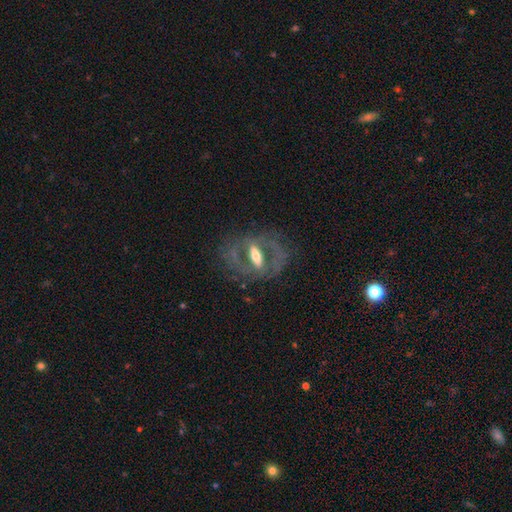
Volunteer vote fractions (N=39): A featured or disk galaxy (74%) with a strong bar (70%), 2 (77%) medium (46%) spiral arms (65%) and a moderate central bulge (45%).

Vote fractions:
- Smooth or featured? featured or disk: 74% / smooth: 21% / star or artifact: 5%
- Edge-on disk? no: 69% / yes: 31%
- Bar? strong: 70% / weak: 15% / no: 15%
- Spiral arms? yes: 65% / no: 35%
- Spiral winding? medium: 46% / tight: 38% / loose: 15%
- Spiral arm count? 2: 77% / can't tell: 15% / 4: 8% / 1: 0% / 3: 0% / more than 4: 0%
- Bulge size? moderate: 45% / large: 40% / small: 15% / dominant: 0% / none: 0%
- Merging? none: 62% / major disturbance: 22% / minor disturbance: 14% / merger: 3%